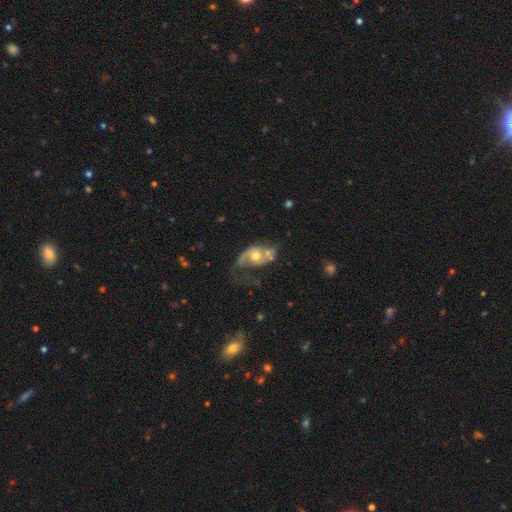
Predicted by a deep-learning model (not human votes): Smooth or featured?
  - featured or disk: 76% *
  - smooth: 18%
  - star or artifact: 6%
Edge-on disk?
  - no: 96% *
  - yes: 4%
Bar?
  - no: 72% *
  - weak: 22%
  - strong: 5%
Spiral arms?
  - yes: 85% *
  - no: 15%
Spiral winding?
  - loose: 51% *
  - medium: 35%
  - tight: 13%
Spiral arm count?
  - 2: 60% *
  - 1: 31%
  - can't tell: 6%
  - 3: 1%
  - 4: 1%
  - more than 4: 1%
Bulge size?
  - moderate: 71% *
  - small: 15%
  - large: 11%
  - none: 2%
  - dominant: 1%
Merging?
  - none: 33% *
  - major disturbance: 31%
  - minor disturbance: 21%
  - merger: 15%